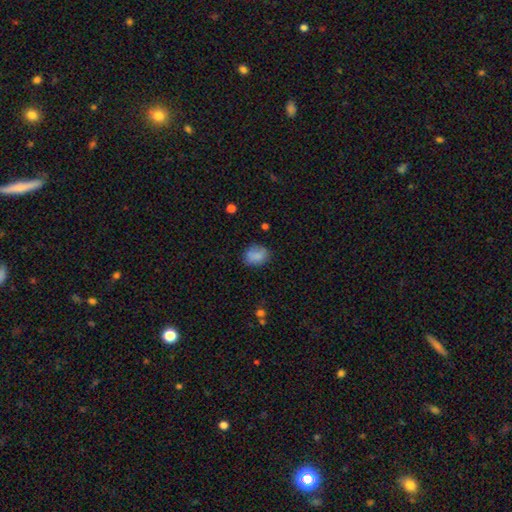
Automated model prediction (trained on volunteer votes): A smooth galaxy with no disk features (82%) that is in between round and cigar-shaped (52%). Merging: none (74%).